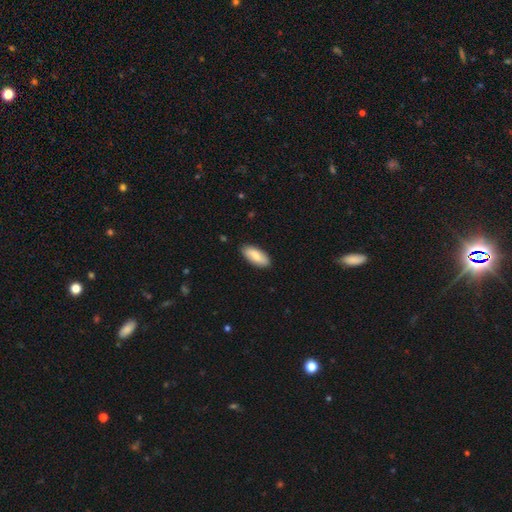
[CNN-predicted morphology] A smooth galaxy with no disk features (80%) that is in between round and cigar-shaped (85%). Merging: none (87%).